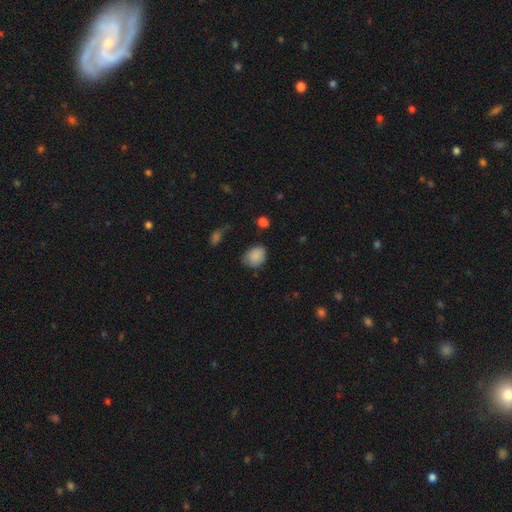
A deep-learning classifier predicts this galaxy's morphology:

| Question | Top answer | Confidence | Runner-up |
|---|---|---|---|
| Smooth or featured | smooth | 86% | star or artifact (9%) |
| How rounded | in between | 53% | round (46%) |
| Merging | none | 65% | minor disturbance (27%) |